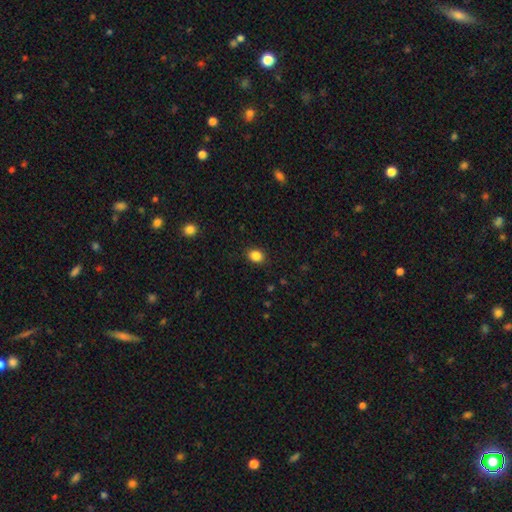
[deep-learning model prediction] Overall: smooth (86%). How rounded: round (52%; in between 47%). Merging: none (89%).